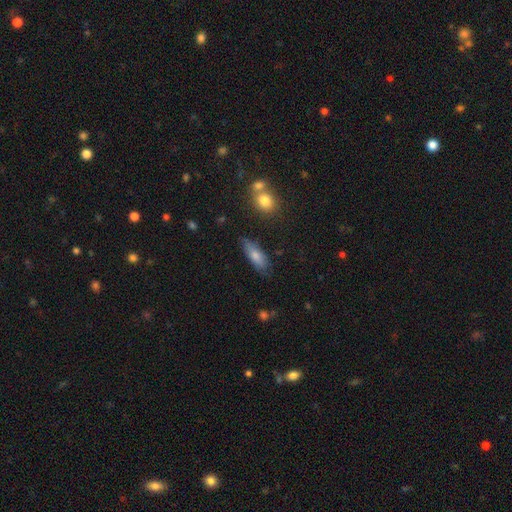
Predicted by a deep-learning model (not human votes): Smooth or featured?
  - smooth: 74% *
  - featured or disk: 19%
  - star or artifact: 7%
How rounded?
  - in between: 63% *
  - cigar-shaped: 34%
  - round: 3%
Merging?
  - none: 68% *
  - minor disturbance: 24%
  - major disturbance: 5%
  - merger: 3%